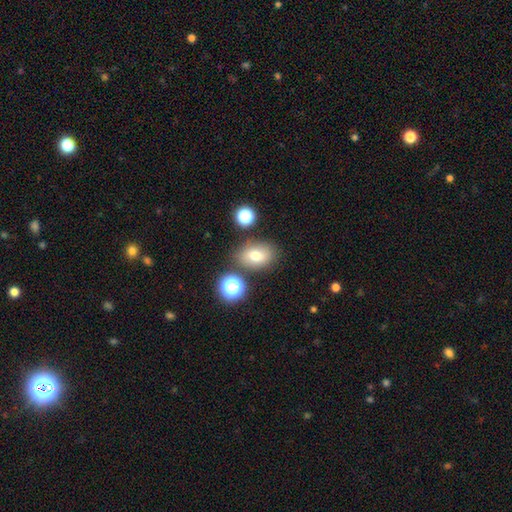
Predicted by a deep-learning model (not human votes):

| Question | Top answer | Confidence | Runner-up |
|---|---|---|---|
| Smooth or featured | smooth | 73% | featured or disk (14%) |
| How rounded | in between | 76% | round (23%) |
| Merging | none | 76% | minor disturbance (13%) |